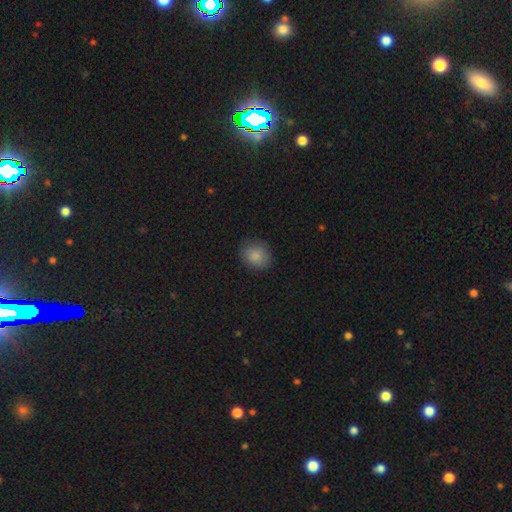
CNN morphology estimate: Q: Smooth or featured?
A: smooth (86%); runner-up: star or artifact (8%)
Q: How rounded?
A: round (66%); runner-up: in between (33%)
Q: Merging?
A: none (84%); runner-up: minor disturbance (12%)